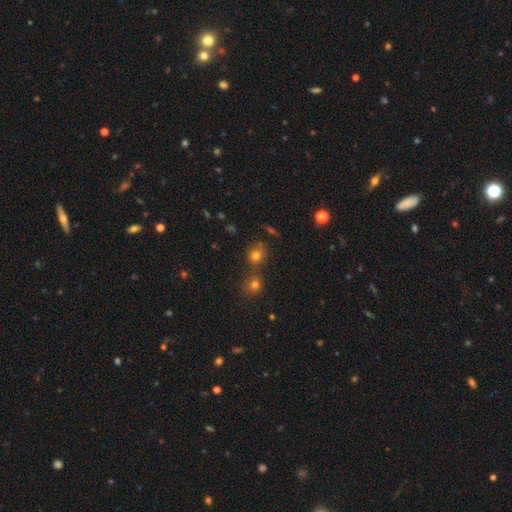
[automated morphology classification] Smooth or featured?
  - smooth: 74% *
  - star or artifact: 17%
  - featured or disk: 8%
How rounded?
  - round: 87% *
  - in between: 12%
  - cigar-shaped: 1%
Merging?
  - none: 66% *
  - merger: 21%
  - minor disturbance: 9%
  - major disturbance: 4%